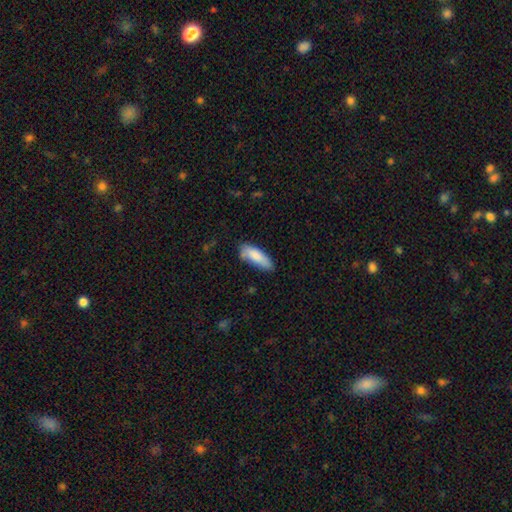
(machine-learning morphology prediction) Q: Smooth or featured?
A: smooth (84%); runner-up: featured or disk (10%)
Q: How rounded?
A: in between (64%); runner-up: cigar-shaped (35%)
Q: Merging?
A: none (66%); runner-up: minor disturbance (25%)